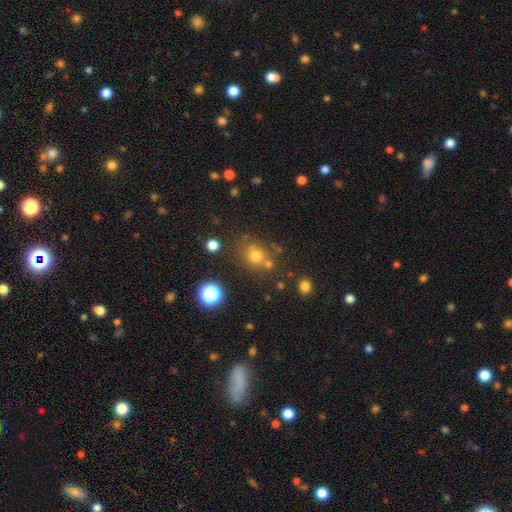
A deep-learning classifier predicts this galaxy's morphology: smooth-or-featured: smooth: 69% | star or artifact: 21% | featured or disk: 10%
  how-rounded: round: 72% | in between: 27% | cigar-shaped: 1%
  merging: none: 68% | merger: 13% | minor disturbance: 13% | major disturbance: 5%